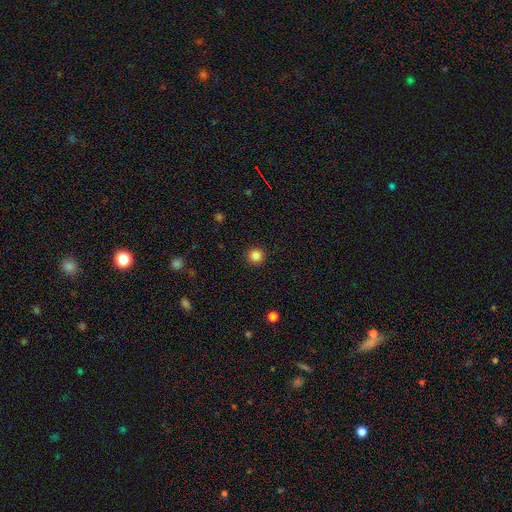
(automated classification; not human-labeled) Morphology: type=smooth (86%); roundness=round (95%); merging=none (92%).